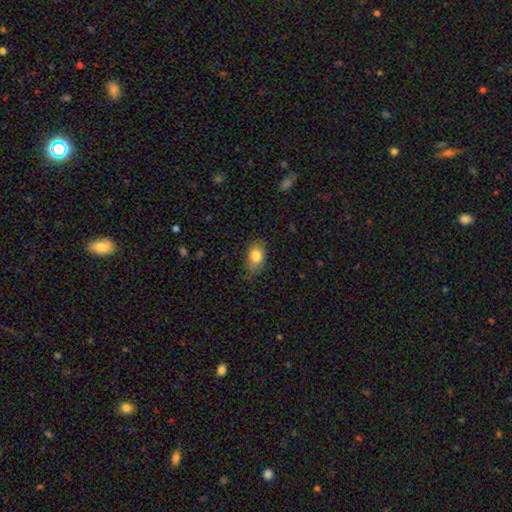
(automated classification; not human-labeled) This appears to be a smooth galaxy with no disk features (82%) that is in between round and cigar-shaped (81%). Merging: none (74%).